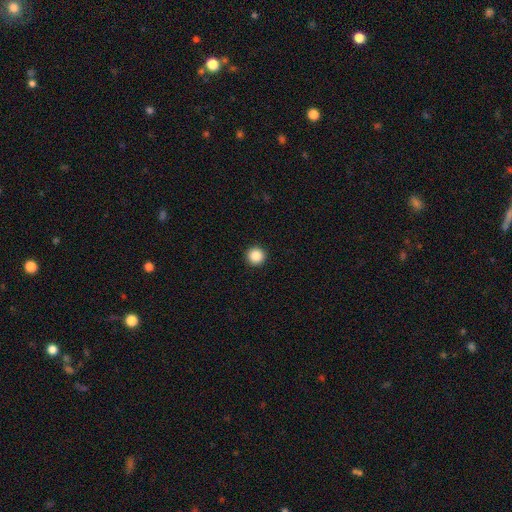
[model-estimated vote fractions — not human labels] Morphology: type=smooth (87%); roundness=round (97%); merging=none (94%).